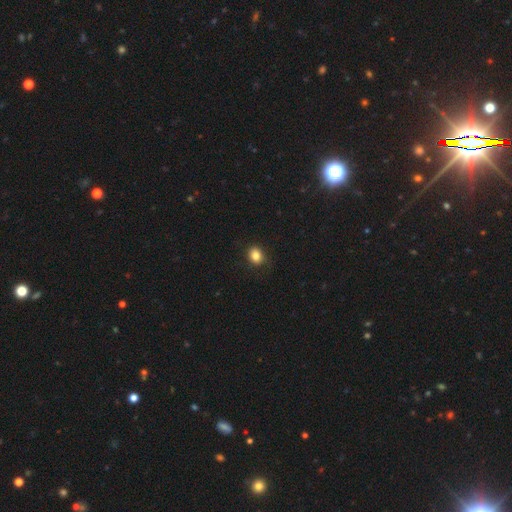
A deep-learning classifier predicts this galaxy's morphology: Q: Smooth or featured?
A: smooth (84%); runner-up: star or artifact (11%)
Q: How rounded?
A: round (60%); runner-up: in between (39%)
Q: Merging?
A: none (86%); runner-up: minor disturbance (11%)